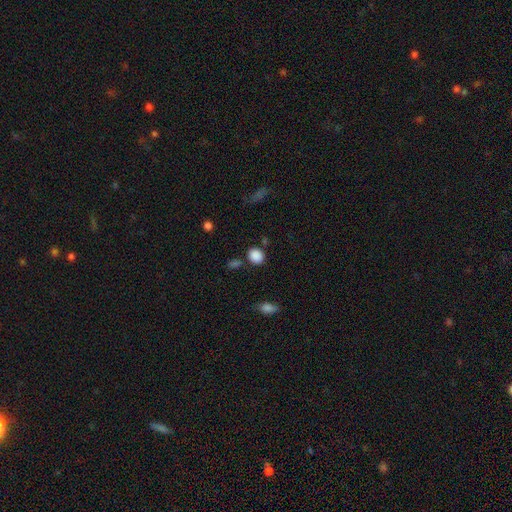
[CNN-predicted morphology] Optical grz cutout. It shows a smooth galaxy with no disk features (87%) that is round (63%). Merging: none (78%).